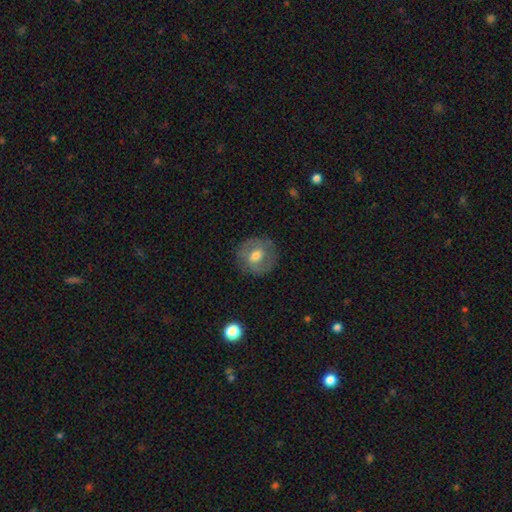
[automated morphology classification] The model was most divided on "smooth or featured": smooth: 50%, featured or disk: 42%, star or artifact: 8%. More confident: how rounded — round (84%); merging — none (81%).